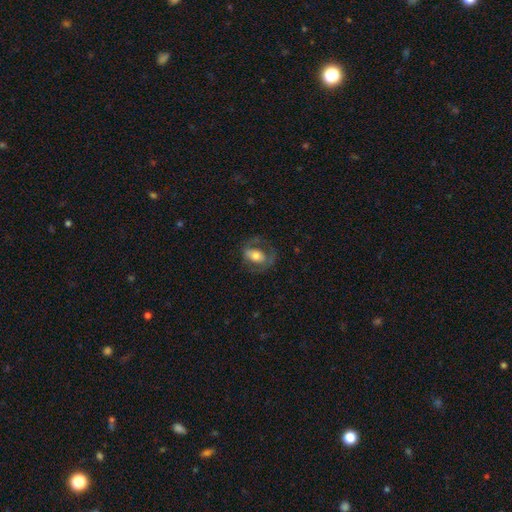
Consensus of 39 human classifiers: Volunteers were most divided on "smooth or featured": smooth: 46%, featured or disk: 44%, star or artifact: 10%. More confident: how rounded — in between (67%); merging — none (63%).